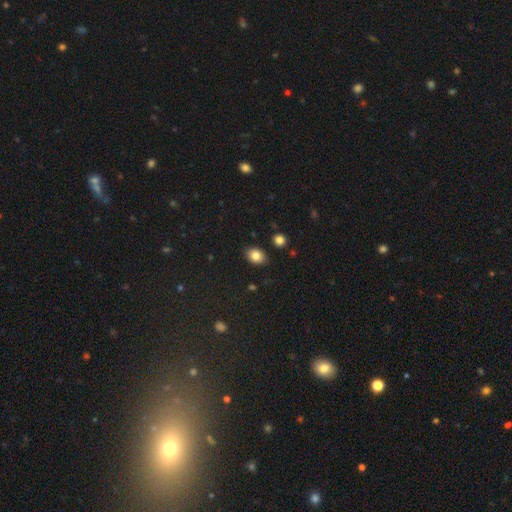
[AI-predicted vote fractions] Morphology: type=smooth (83%); roundness=in between (66%); merging=none (86%).